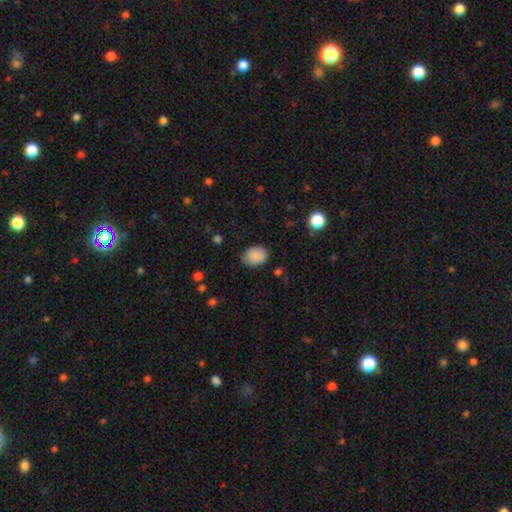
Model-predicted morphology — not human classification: This appears to be a smooth galaxy with no disk features (88%) that is in between round and cigar-shaped (65%). Merging: none (81%).